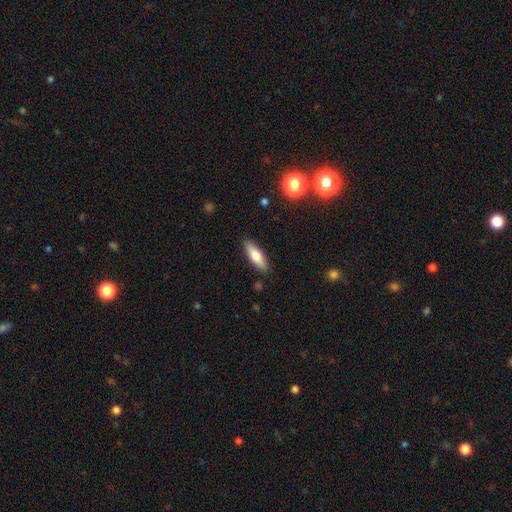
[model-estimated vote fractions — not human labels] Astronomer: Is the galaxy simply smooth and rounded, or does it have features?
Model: smooth — 71%.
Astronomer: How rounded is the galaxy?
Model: cigar-shaped — 50% (runner-up: in between, 48%).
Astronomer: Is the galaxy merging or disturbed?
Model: none — 88%.